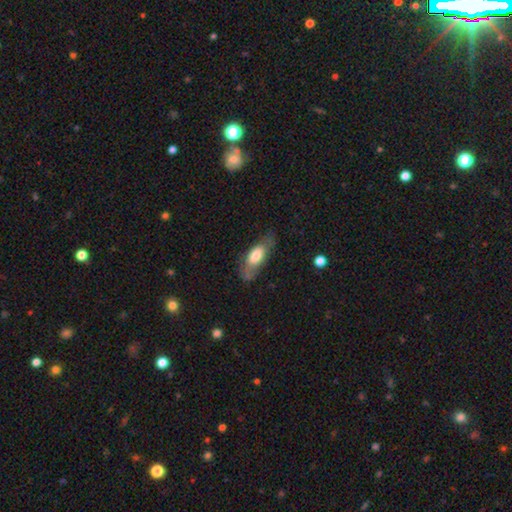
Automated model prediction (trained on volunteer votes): Q: Smooth or featured?
A: smooth (62%); runner-up: featured or disk (31%)
Q: How rounded?
A: in between (74%); runner-up: cigar-shaped (23%)
Q: Merging?
A: none (61%); runner-up: minor disturbance (25%)